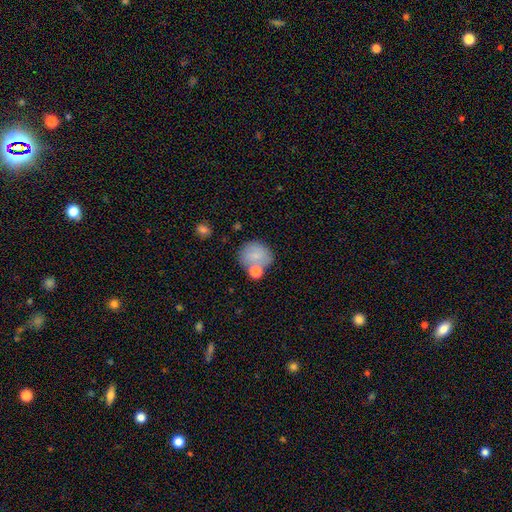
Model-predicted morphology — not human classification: A smooth galaxy with no disk features (78%) that is round (79%). Merging: none (60%).